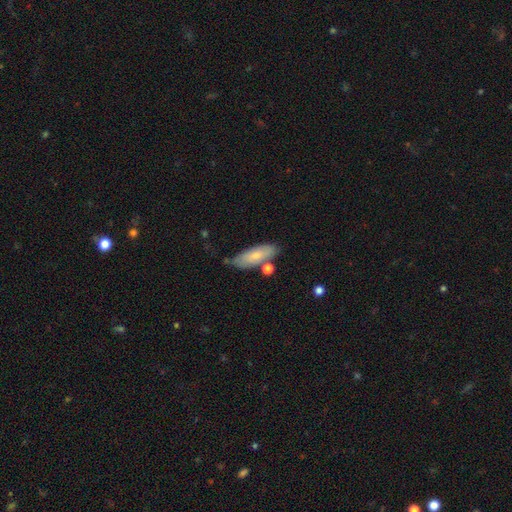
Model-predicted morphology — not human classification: type=smooth (74%); roundness=in between (65%); merging=none (67%).